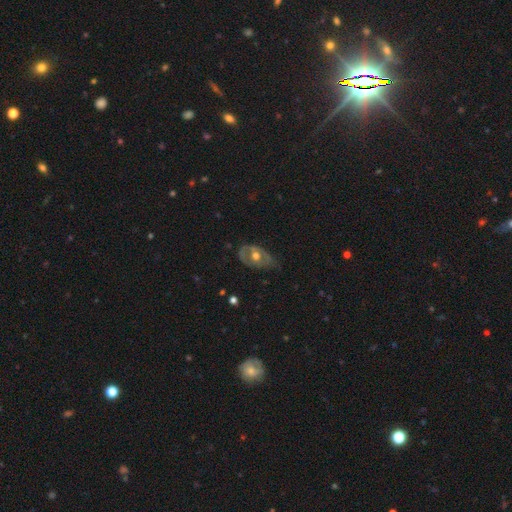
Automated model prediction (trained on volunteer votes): Overall: featured or disk (61%; smooth 33%). Edge-on disk: no (91%). Bar: no (78%). Spiral arms: no (70%; yes 30%). Bulge size: moderate (74%). Merging: none (55%; minor disturbance 31%).